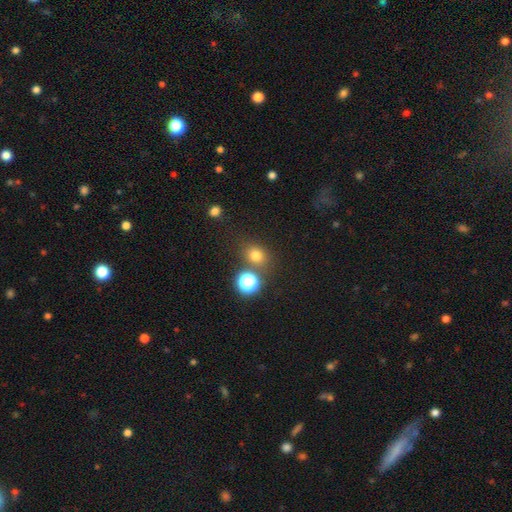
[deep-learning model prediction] Smooth or featured?
  - smooth: 73% *
  - star or artifact: 20%
  - featured or disk: 7%
How rounded?
  - round: 68% *
  - in between: 31%
  - cigar-shaped: 1%
Merging?
  - none: 76% *
  - minor disturbance: 10%
  - merger: 10%
  - major disturbance: 4%